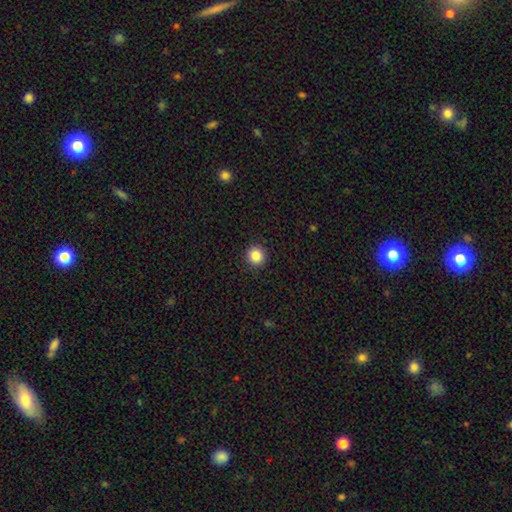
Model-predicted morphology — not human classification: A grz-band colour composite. It shows a smooth galaxy with no disk features (85%) that is round (94%). Merging: none (92%).